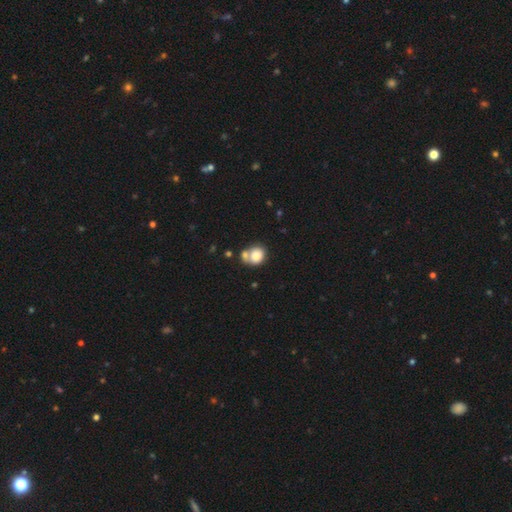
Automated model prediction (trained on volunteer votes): smooth 81%, featured or disk 11%, star or artifact 9%. Down the decision tree: how rounded — round (64%); merging — none (43%).